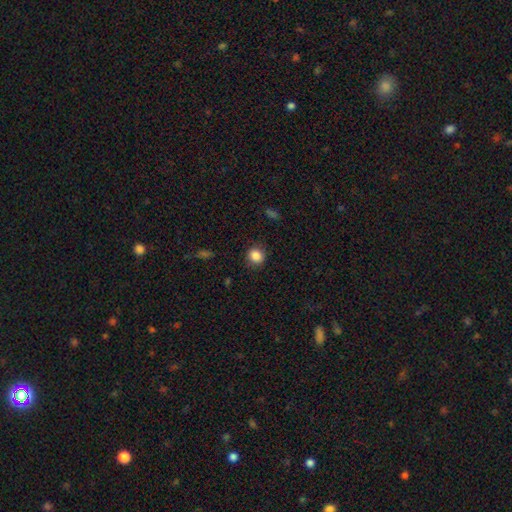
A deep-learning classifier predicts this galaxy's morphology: smooth 86%, star or artifact 10%, featured or disk 4%. Down the decision tree: how rounded — round (84%); merging — none (86%).